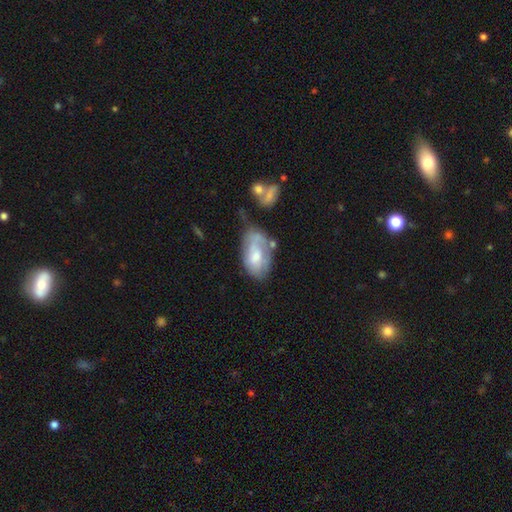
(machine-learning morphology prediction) smooth-or-featured: smooth: 48% | featured or disk: 45% | star or artifact: 7%
  merging: none: 35% | minor disturbance: 31% | major disturbance: 20% | merger: 14%